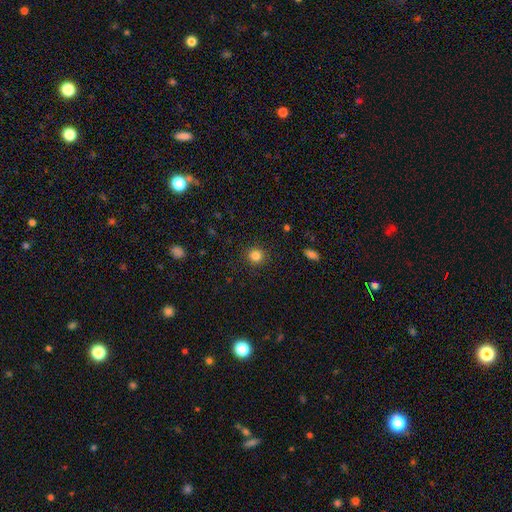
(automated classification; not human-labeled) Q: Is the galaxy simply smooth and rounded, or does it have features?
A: smooth — 84%.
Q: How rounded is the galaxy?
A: round — 92%.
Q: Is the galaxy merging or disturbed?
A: none — 91%.